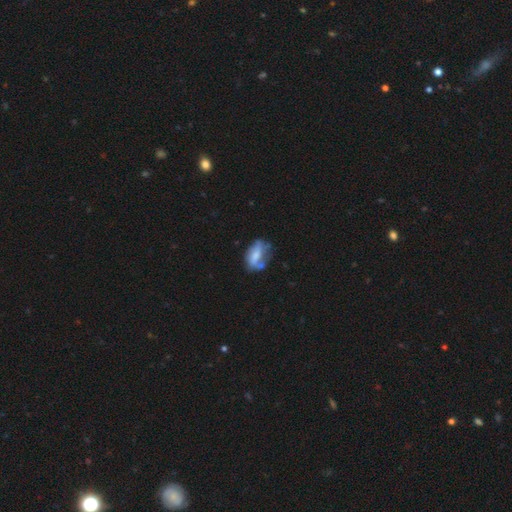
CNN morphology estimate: Overall: smooth (48%; featured or disk 44%). Merging: none (43%; minor disturbance 29%).